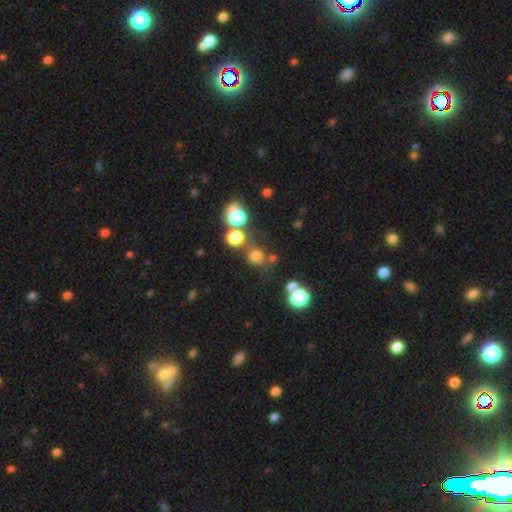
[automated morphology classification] Smooth or featured?
  - smooth: 70% *
  - star or artifact: 24%
  - featured or disk: 7%
How rounded?
  - round: 88% *
  - in between: 11%
  - cigar-shaped: 1%
Merging?
  - none: 70% *
  - merger: 15%
  - minor disturbance: 10%
  - major disturbance: 5%